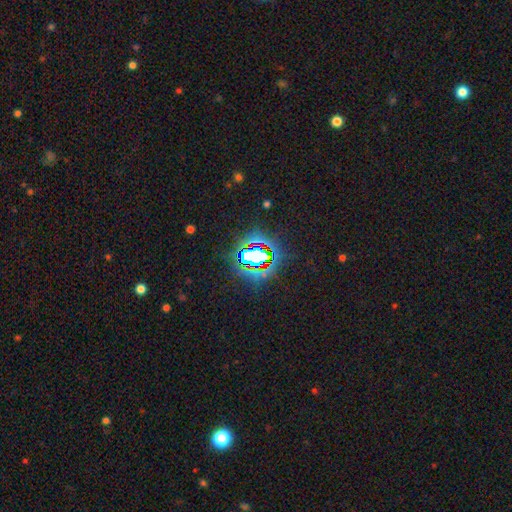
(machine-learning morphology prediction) A star or artifact, not a galaxy (72%).

Vote fractions:
- Smooth or featured? star or artifact: 72% / smooth: 17% / featured or disk: 11%